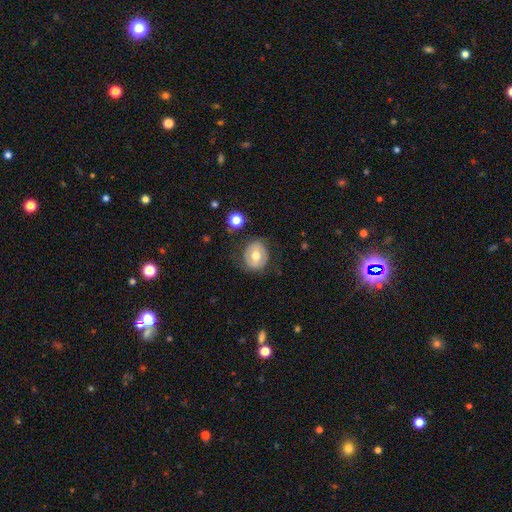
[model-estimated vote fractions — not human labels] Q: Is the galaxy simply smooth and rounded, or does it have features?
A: smooth — 56%.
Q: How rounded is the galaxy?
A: round — 78%.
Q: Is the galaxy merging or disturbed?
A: none — 77%.